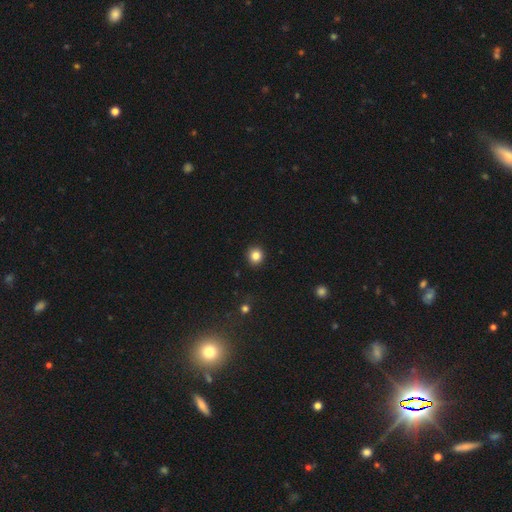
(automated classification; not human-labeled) Q: Smooth or featured?
A: smooth (84%); runner-up: star or artifact (11%)
Q: How rounded?
A: round (91%); runner-up: in between (8%)
Q: Merging?
A: none (92%); runner-up: minor disturbance (5%)